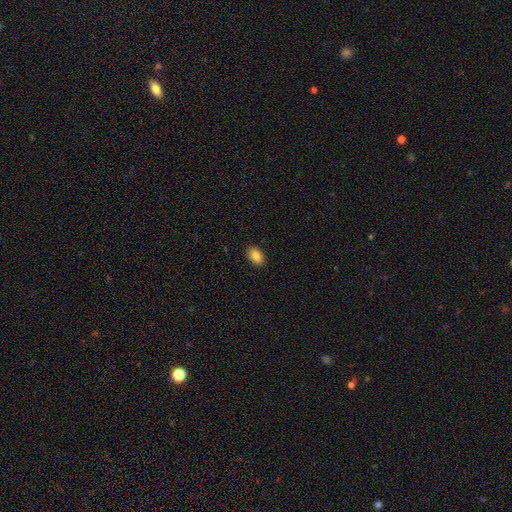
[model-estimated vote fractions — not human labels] Q: Smooth or featured?
A: smooth (86%); runner-up: star or artifact (8%)
Q: How rounded?
A: in between (84%); runner-up: round (15%)
Q: Merging?
A: none (90%); runner-up: minor disturbance (7%)